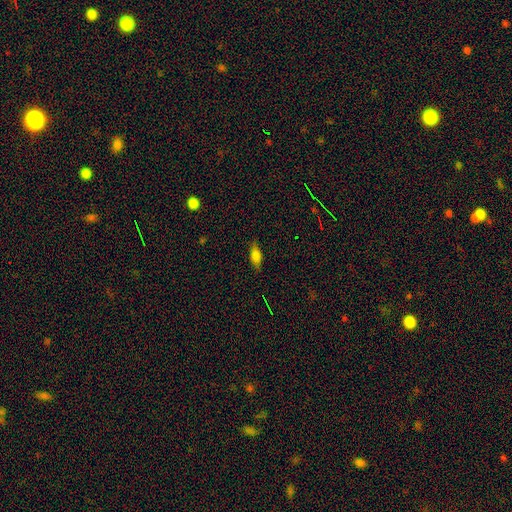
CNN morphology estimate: This is likely a smooth galaxy (63%). How rounded: likely in between (69%). Merging: clearly none (82%).